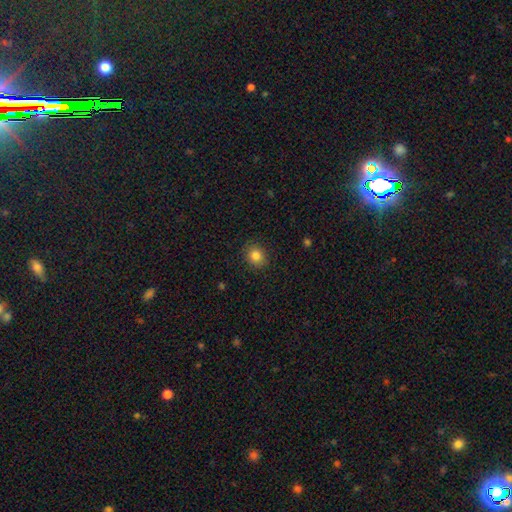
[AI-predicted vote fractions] smooth_or_featured: smooth (p=0.84) [alt: star or artifact p=0.11]
how_rounded: round (p=0.78) [alt: in between p=0.21]
merging: none (p=0.89) [alt: minor disturbance p=0.08]